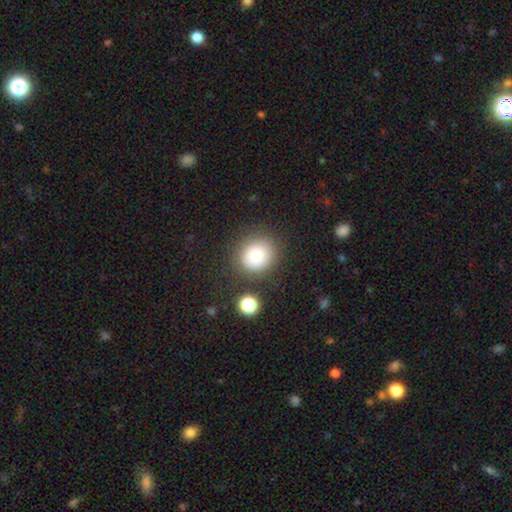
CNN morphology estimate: This is likely a smooth galaxy (79%). How rounded: clearly round (85%). Merging: clearly none (82%).